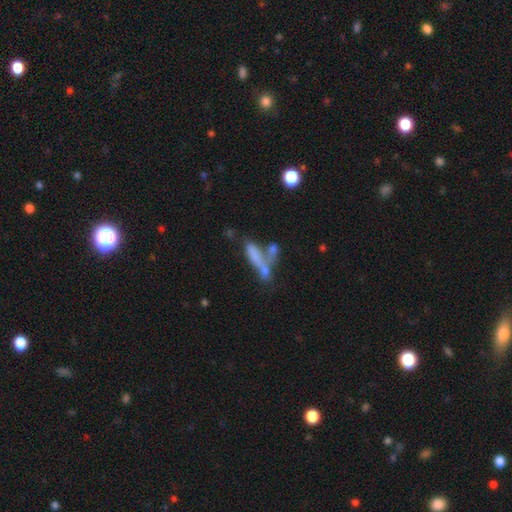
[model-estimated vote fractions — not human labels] Smooth or featured? smooth (60%)
How rounded? cigar-shaped (57%)
Merging? merger (50%)